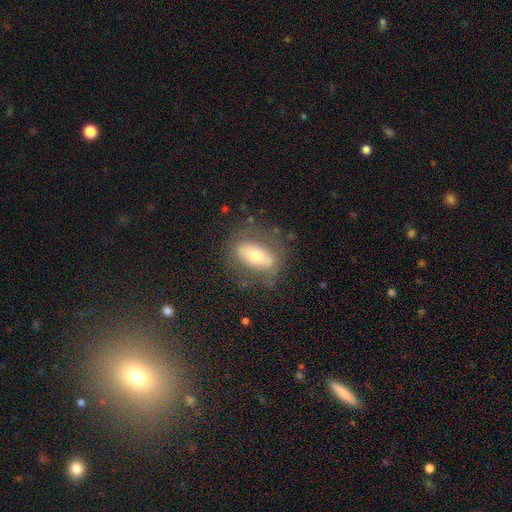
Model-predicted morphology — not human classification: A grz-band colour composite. It shows a smooth galaxy with no disk features (53%) that is in between round and cigar-shaped (76%). Merging: none (71%).